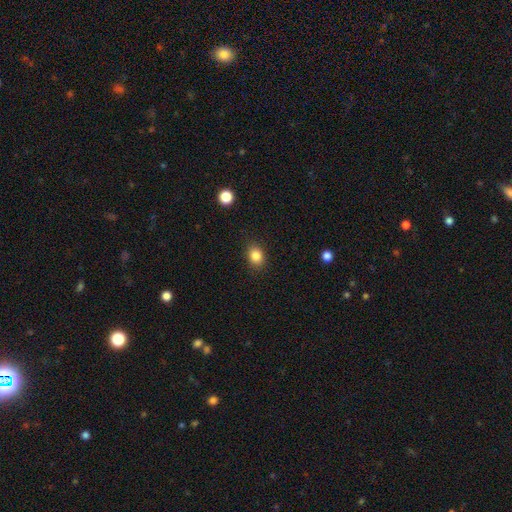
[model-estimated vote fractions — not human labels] A smooth galaxy with no disk features (85%) that is in between round and cigar-shaped (53%). Merging: none (87%).